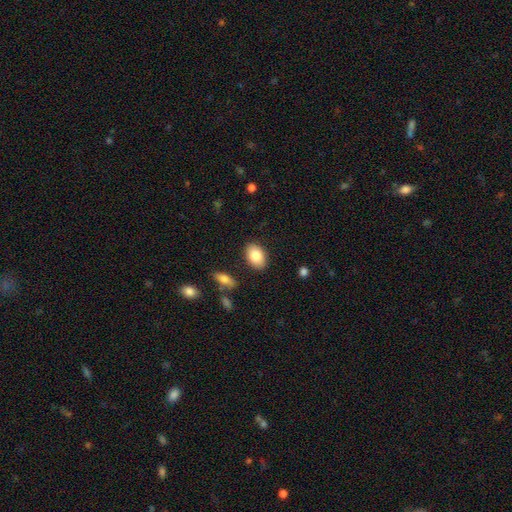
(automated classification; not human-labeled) Morphology: type=smooth (82%); roundness=in between (86%); merging=none (87%).